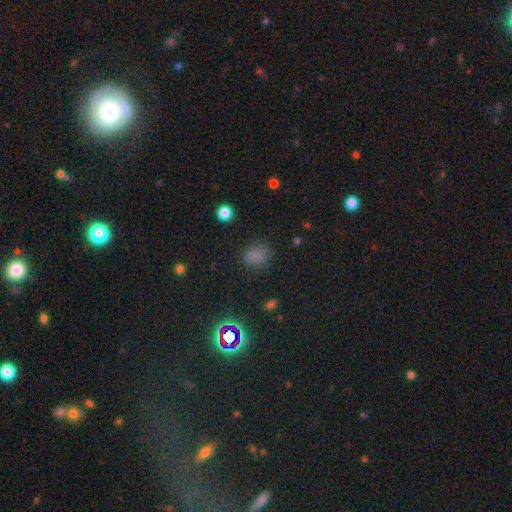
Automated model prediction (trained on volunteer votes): Smooth or featured?
  - smooth: 72% *
  - star or artifact: 23%
  - featured or disk: 6%
How rounded?
  - round: 54% *
  - in between: 44%
  - cigar-shaped: 1%
Merging?
  - none: 76% *
  - minor disturbance: 16%
  - major disturbance: 6%
  - merger: 2%